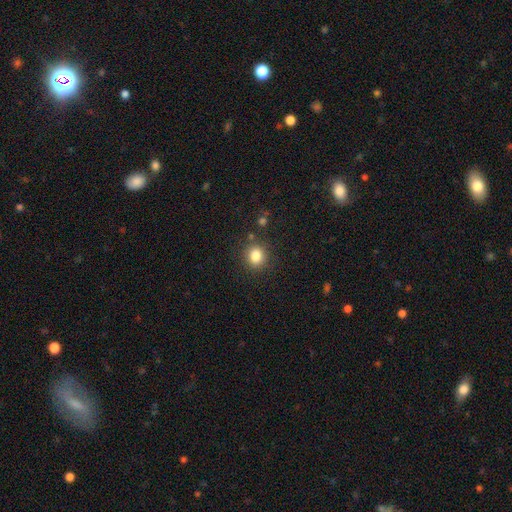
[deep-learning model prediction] smooth_or_featured: smooth (p=0.83) [alt: star or artifact p=0.11]
how_rounded: round (p=0.79) [alt: in between p=0.20]
merging: none (p=0.85) [alt: minor disturbance p=0.09]